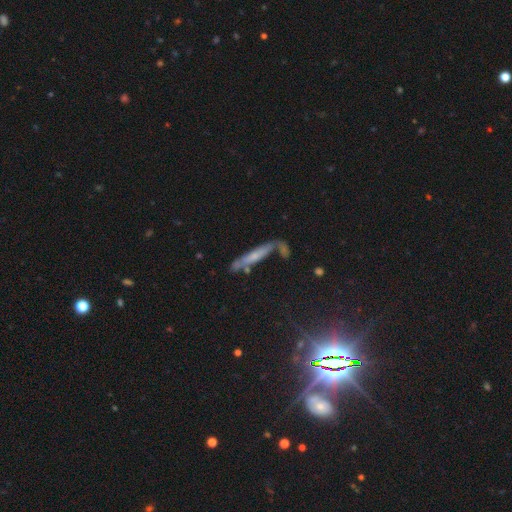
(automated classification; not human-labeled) smooth-or-featured: featured or disk: 49% | smooth: 41% | star or artifact: 10%
  merging: none: 55% | minor disturbance: 21% | merger: 15% | major disturbance: 10%